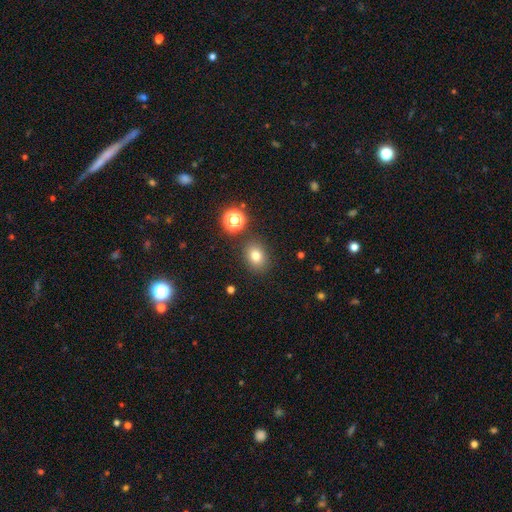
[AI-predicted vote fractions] A smooth galaxy with no disk features (77%) that is in between round and cigar-shaped (52%).

Vote fractions:
- Smooth or featured? smooth: 77% / star or artifact: 15% / featured or disk: 8%
- How rounded? in between: 52% / round: 47% / cigar-shaped: 1%
- Merging? none: 84% / minor disturbance: 9% / merger: 4% / major disturbance: 3%